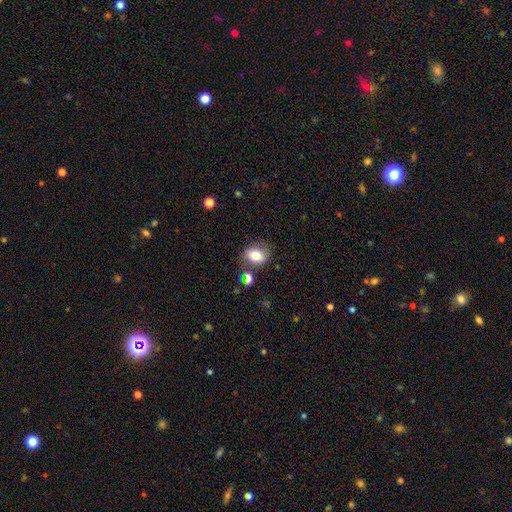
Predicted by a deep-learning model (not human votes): This is likely a smooth galaxy (74%). How rounded: likely in between (63%). Merging: likely none (73%).